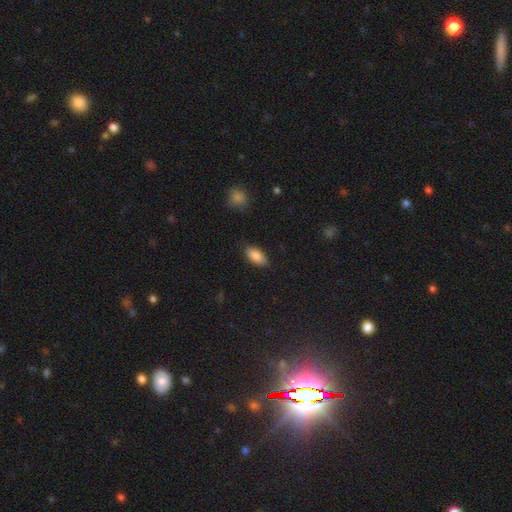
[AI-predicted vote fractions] smooth_or_featured: smooth (p=0.85) [alt: featured or disk p=0.08]
how_rounded: in between (p=0.89) [alt: cigar-shaped p=0.08]
merging: none (p=0.85) [alt: minor disturbance p=0.11]